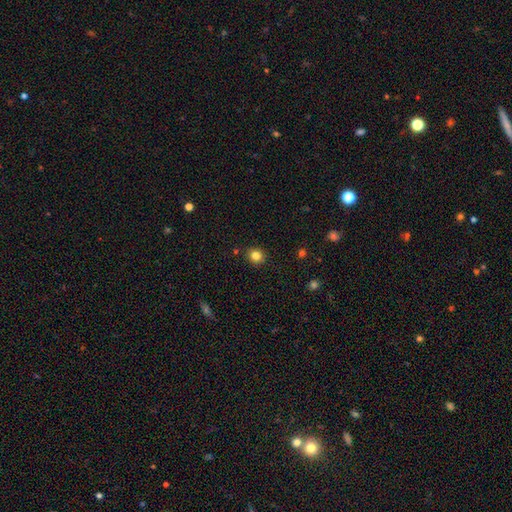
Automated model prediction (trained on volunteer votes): A smooth galaxy with no disk features (82%) that is round (82%).

Vote fractions:
- Smooth or featured? smooth: 82% / star or artifact: 12% / featured or disk: 6%
- How rounded? round: 82% / in between: 17% / cigar-shaped: 1%
- Merging? none: 90% / minor disturbance: 7% / major disturbance: 2% / merger: 2%